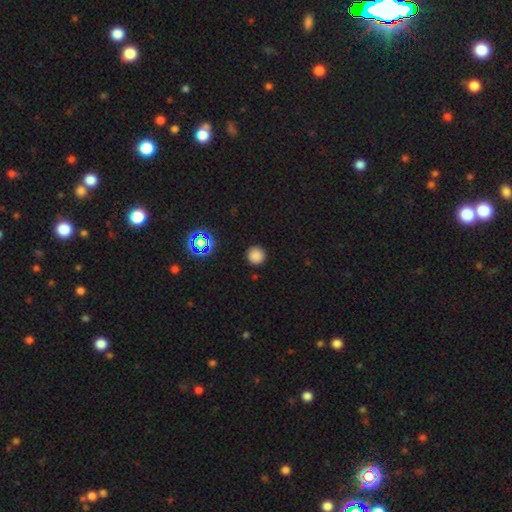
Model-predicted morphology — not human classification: Smooth or featured?
  - smooth: 82% *
  - star or artifact: 15%
  - featured or disk: 3%
How rounded?
  - round: 96% *
  - in between: 4%
  - cigar-shaped: 1%
Merging?
  - none: 92% *
  - minor disturbance: 5%
  - major disturbance: 2%
  - merger: 1%